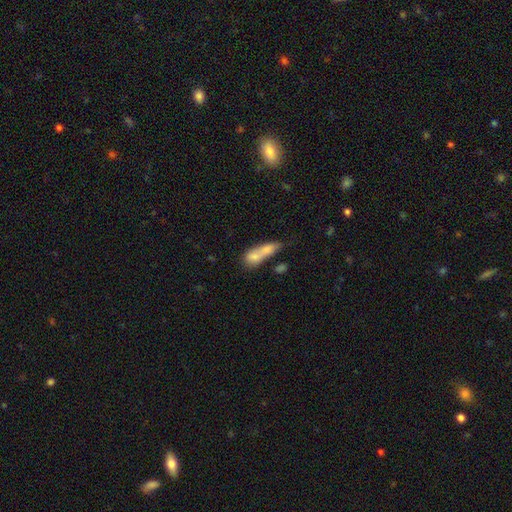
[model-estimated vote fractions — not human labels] Morphology: type=smooth (70%); roundness=in between (57%); merging=merger (60%).